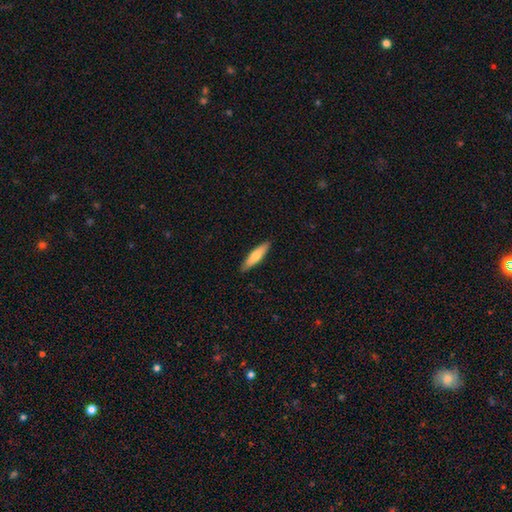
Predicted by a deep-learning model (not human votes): The model was most divided on "smooth or featured": smooth: 67%, featured or disk: 28%, star or artifact: 5%. More confident: merging — none (90%); how rounded — cigar-shaped (79%).